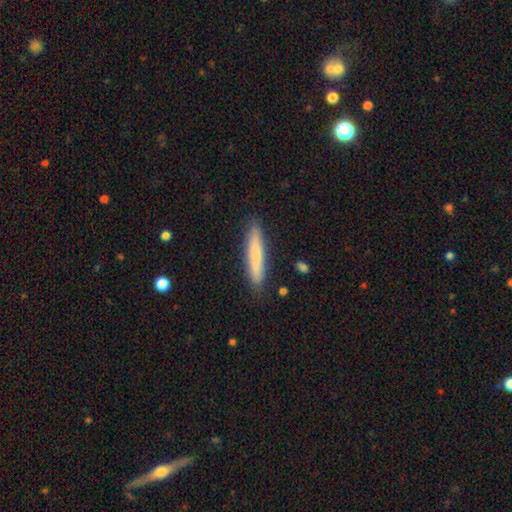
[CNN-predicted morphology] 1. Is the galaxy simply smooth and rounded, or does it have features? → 73% smooth, 21% featured or disk, 6% star or artifact.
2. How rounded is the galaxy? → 91% cigar-shaped, 8% in between, 1% round.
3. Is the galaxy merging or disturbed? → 88% none, 9% minor disturbance, 2% major disturbance, 1% merger.